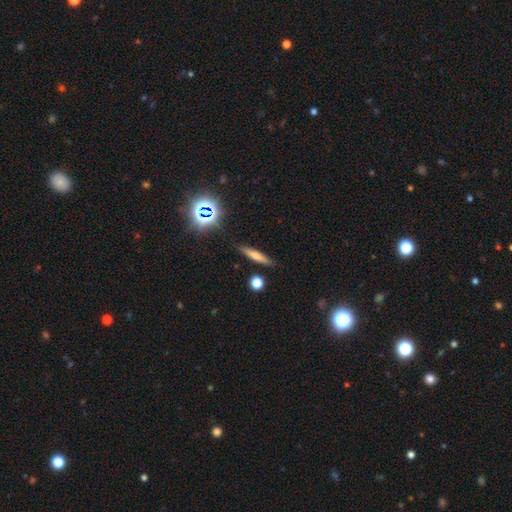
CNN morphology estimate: Smooth or featured? smooth (59%)
How rounded? cigar-shaped (85%)
Merging? none (86%)